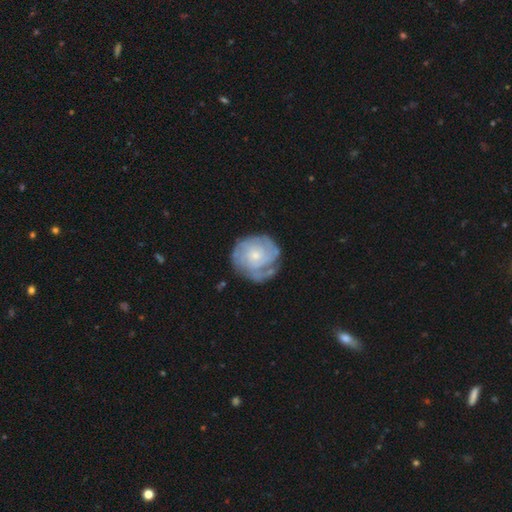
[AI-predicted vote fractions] This appears to be a featured or disk galaxy (78%) with no bar (77%), tight (70%) spiral arms (93%) and a small central bulge (63%). Merging: none (66%).